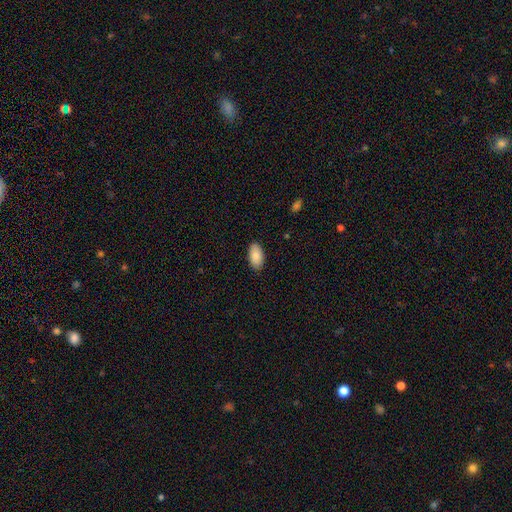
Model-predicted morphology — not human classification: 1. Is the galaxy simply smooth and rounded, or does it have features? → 88% smooth, 6% star or artifact, 5% featured or disk.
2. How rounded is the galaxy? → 95% in between, 3% round, 2% cigar-shaped.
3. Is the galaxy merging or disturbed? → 87% none, 10% minor disturbance, 2% major disturbance, 1% merger.